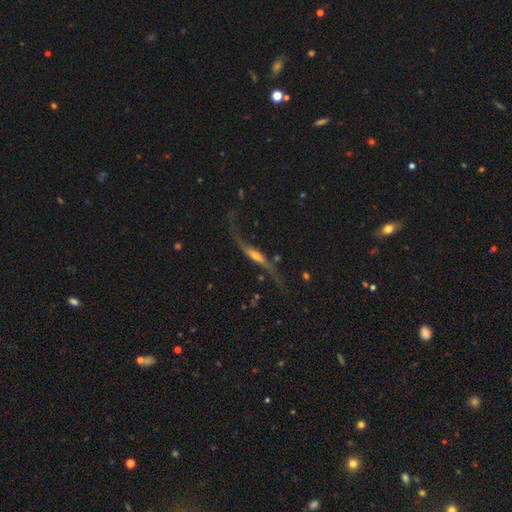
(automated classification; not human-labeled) Morphology: type=featured or disk (82%); edge-on=yes (57%); merging=none (53%).